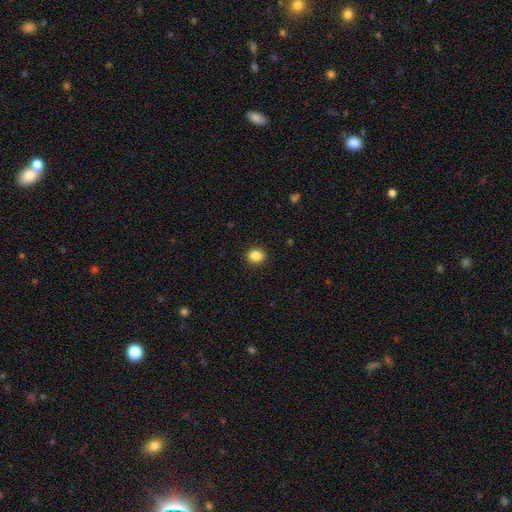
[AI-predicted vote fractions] smooth-or-featured: smooth: 86% | star or artifact: 10% | featured or disk: 4%
  how-rounded: round: 73% | in between: 26% | cigar-shaped: 1%
  merging: none: 92% | minor disturbance: 6% | major disturbance: 2% | merger: 1%